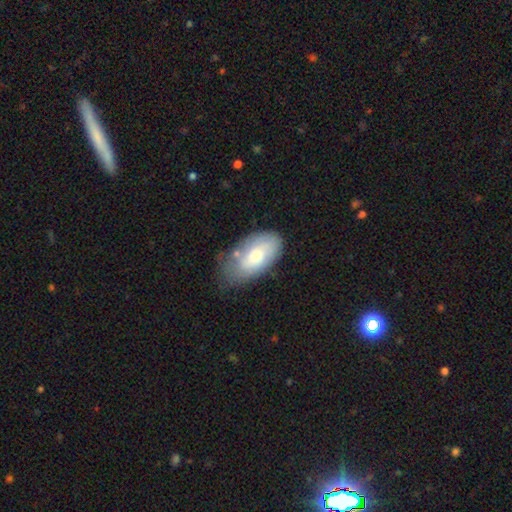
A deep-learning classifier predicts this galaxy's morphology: Smooth or featured? smooth (68%)
How rounded? in between (94%)
Merging? none (57%)